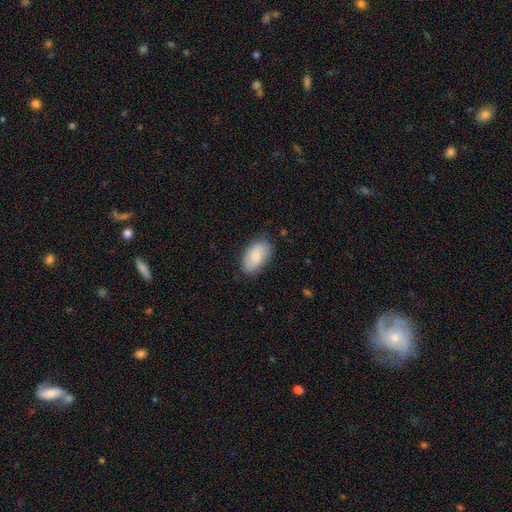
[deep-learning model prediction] A smooth galaxy with no disk features (81%) that is in between round and cigar-shaped (94%). Merging: none (77%).